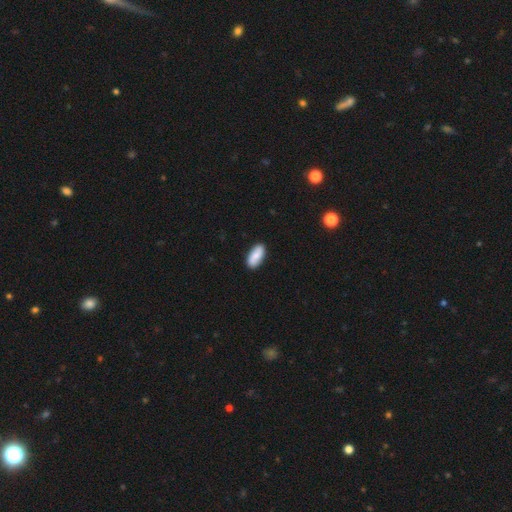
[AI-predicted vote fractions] smooth 73%, featured or disk 21%, star or artifact 6%. Down the decision tree: how rounded — in between (89%); merging — none (87%).